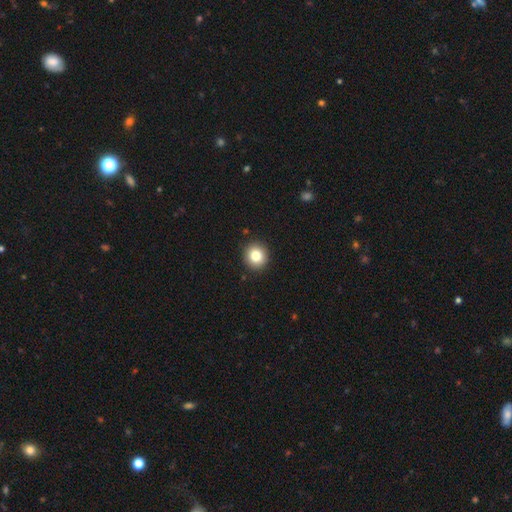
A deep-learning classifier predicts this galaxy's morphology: This is clearly a smooth galaxy (82%). How rounded: clearly round (90%). Merging: clearly none (91%).